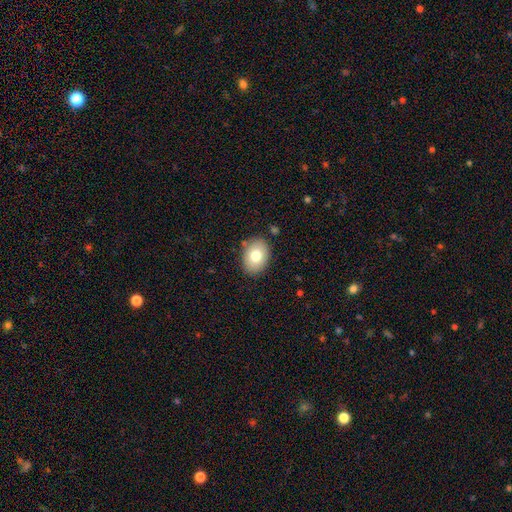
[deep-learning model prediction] Overall: smooth (77%). How rounded: in between (72%). Merging: none (85%).